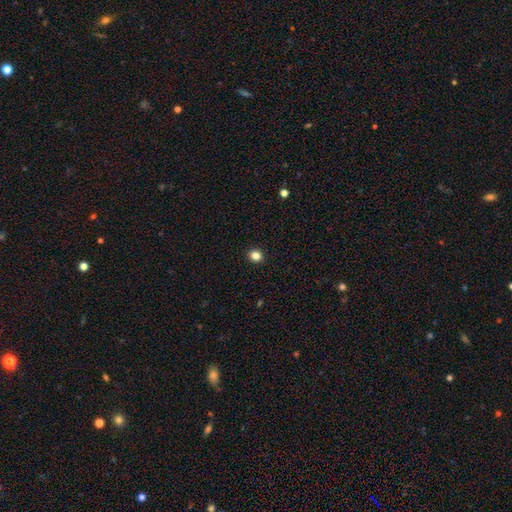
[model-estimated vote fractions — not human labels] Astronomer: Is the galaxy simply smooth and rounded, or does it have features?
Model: smooth — 83%.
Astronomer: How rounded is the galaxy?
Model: round — 79%.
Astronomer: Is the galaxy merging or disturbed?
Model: none — 92%.